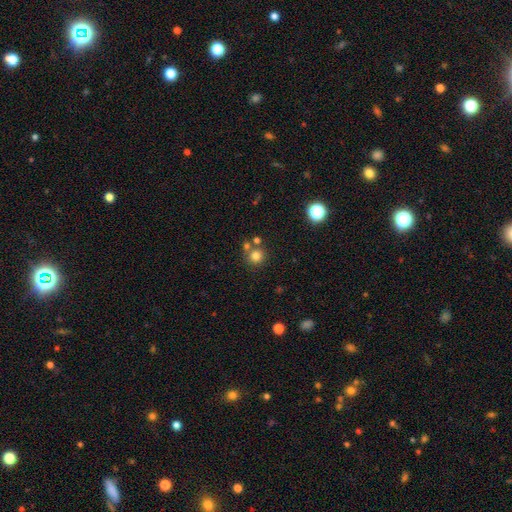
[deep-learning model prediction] smooth-or-featured: smooth: 79% | star or artifact: 14% | featured or disk: 8%
  how-rounded: round: 92% | in between: 7% | cigar-shaped: 1%
  merging: none: 70% | merger: 19% | minor disturbance: 8% | major disturbance: 3%